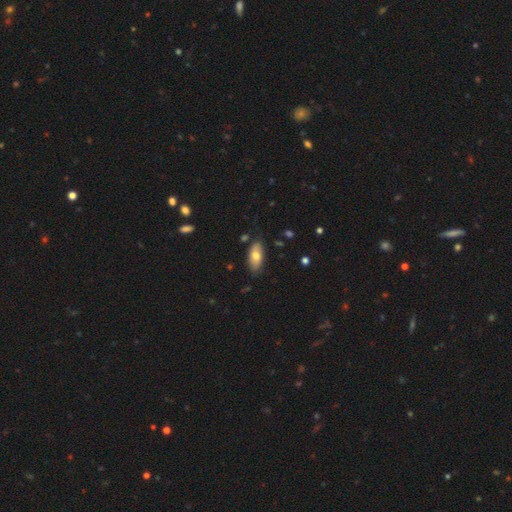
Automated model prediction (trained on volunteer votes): smooth_or_featured: smooth (p=0.72) [alt: featured or disk p=0.21]
how_rounded: in between (p=0.89) [alt: cigar-shaped p=0.09]
merging: none (p=0.78) [alt: minor disturbance p=0.17]